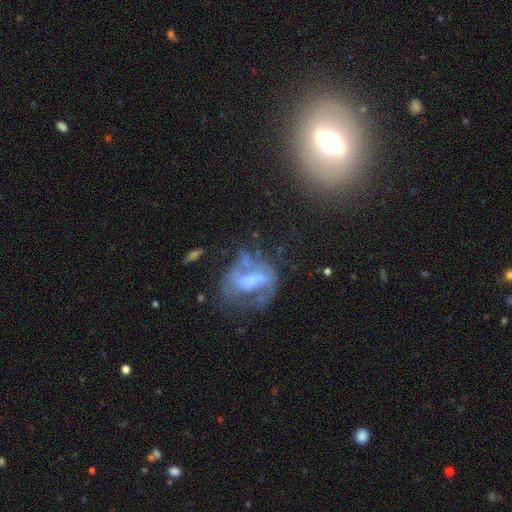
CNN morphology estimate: smooth_or_featured: featured or disk (p=0.63) [alt: smooth p=0.23]
disk_edge_on: no (p=0.94) [alt: yes p=0.06]
bar: no (p=0.36) [alt: weak p=0.35]
has_spiral_arms: yes (p=0.57) [alt: no p=0.43]
bulge_size: none (p=0.33) [alt: moderate p=0.28]
merging: none (p=0.45) [alt: major disturbance p=0.24]